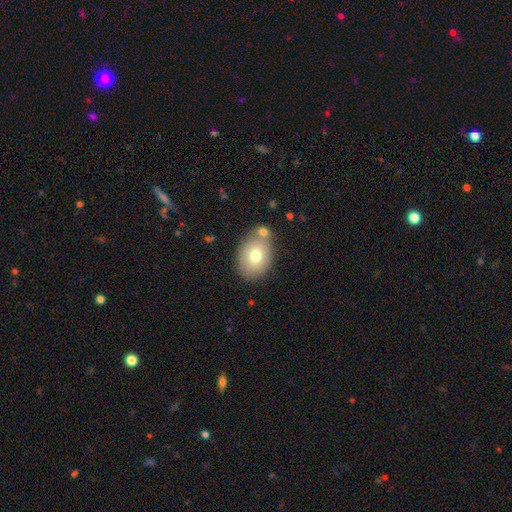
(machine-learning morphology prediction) This appears to be a smooth galaxy with no disk features (73%) that is in between round and cigar-shaped (72%). Merging: none (65%).